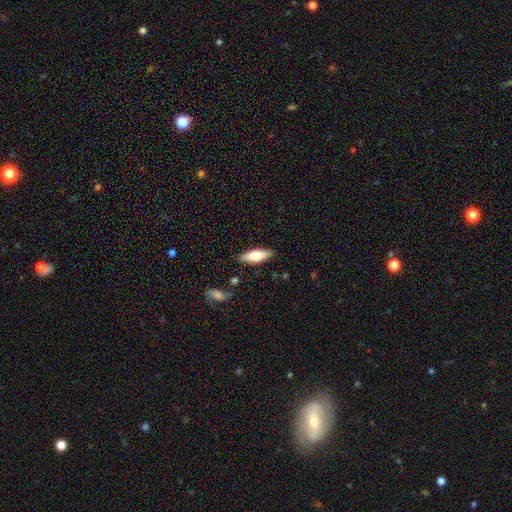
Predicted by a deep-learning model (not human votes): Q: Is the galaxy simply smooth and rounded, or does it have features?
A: smooth — 68%.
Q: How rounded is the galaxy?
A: in between — 68%.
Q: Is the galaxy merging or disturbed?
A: none — 86%.